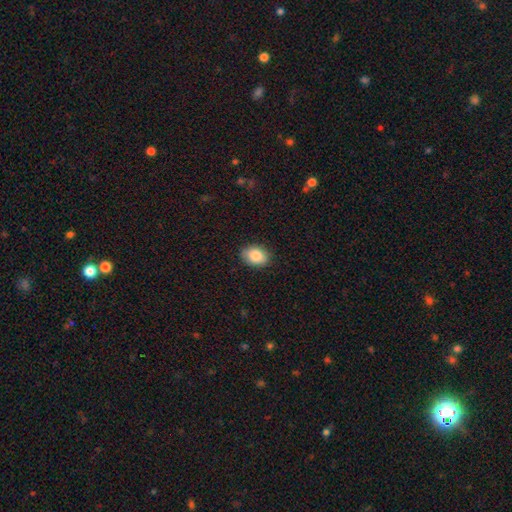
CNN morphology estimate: smooth 86%, star or artifact 7%, featured or disk 6%. Down the decision tree: how rounded — in between (76%); merging — none (87%).